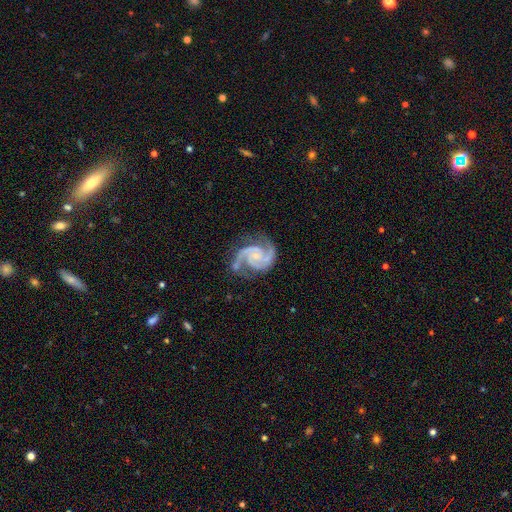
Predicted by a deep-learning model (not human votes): A featured or disk galaxy (93%) with no bar (65%), 2 (73%) medium (55%) spiral arms (99%) and a small central bulge (67%).

Vote fractions:
- Smooth or featured? featured or disk: 93% / star or artifact: 4% / smooth: 3%
- Edge-on disk? no: 98% / yes: 2%
- Bar? no: 65% / weak: 27% / strong: 8%
- Spiral arms? yes: 99% / no: 1%
- Spiral winding? medium: 55% / tight: 37% / loose: 8%
- Spiral arm count? 2: 73% / 3: 20% / can't tell: 2% / 4: 2% / 1: 2% / more than 4: 2%
- Bulge size? small: 67% / moderate: 18% / none: 13% / large: 1% / dominant: 1%
- Merging? none: 71% / minor disturbance: 19% / major disturbance: 7% / merger: 3%